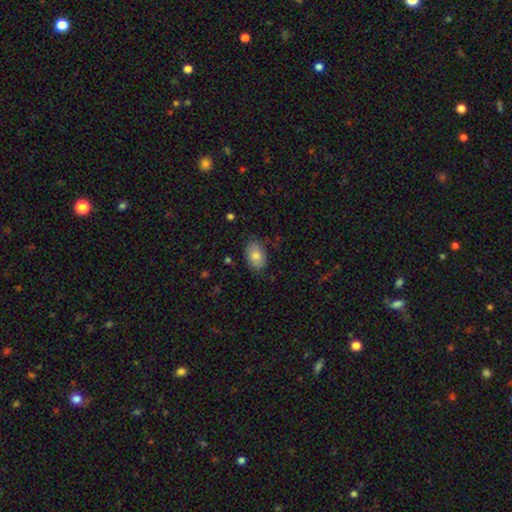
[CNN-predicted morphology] smooth 78%, featured or disk 14%, star or artifact 8%. Down the decision tree: how rounded — in between (87%); merging — none (79%).